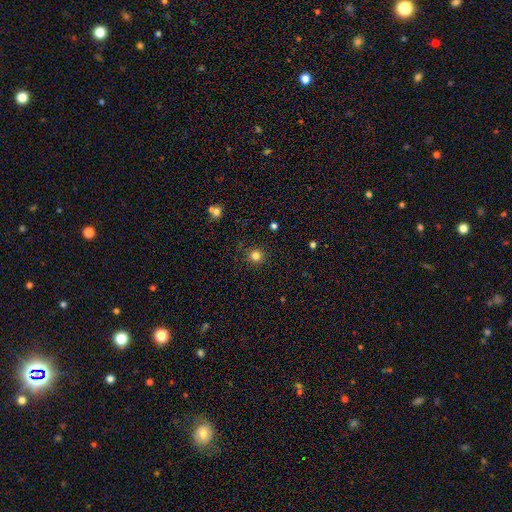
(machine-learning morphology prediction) This is clearly a smooth galaxy (82%). How rounded: clearly round (93%). Merging: clearly none (90%).